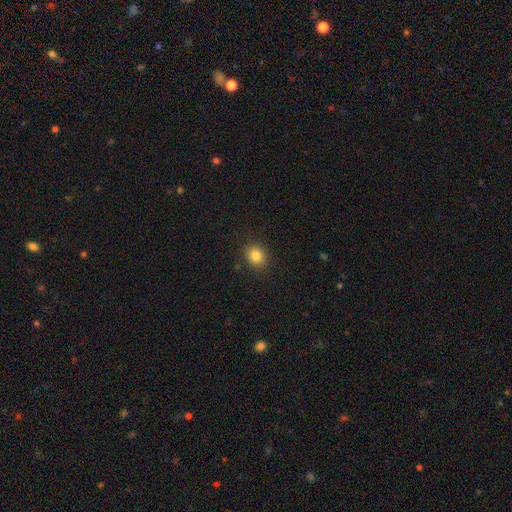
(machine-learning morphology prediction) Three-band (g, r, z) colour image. It shows a smooth galaxy with no disk features (83%) that is round (68%). Merging: none (88%).